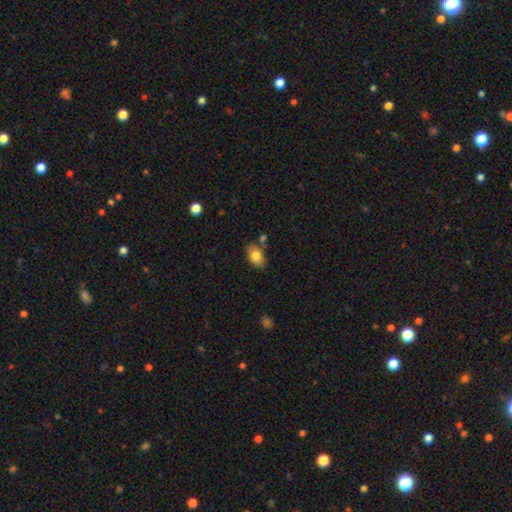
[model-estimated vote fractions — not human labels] This is clearly a smooth galaxy (82%). How rounded: clearly in between (88%). Merging: likely none (73%).